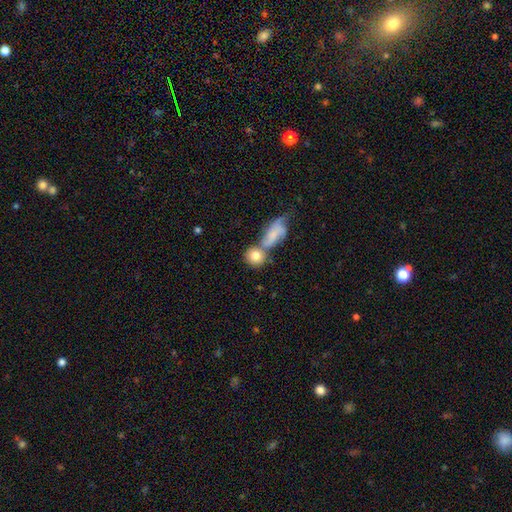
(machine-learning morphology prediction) Smooth or featured? Predicted: smooth (p=0.78). How rounded? Predicted: round (p=0.77). Merging? Predicted: none (p=0.44).